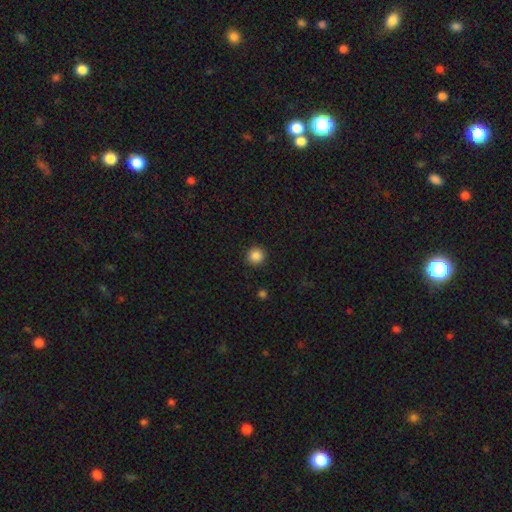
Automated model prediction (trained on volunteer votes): Smooth or featured? smooth (87%)
How rounded? round (94%)
Merging? none (92%)